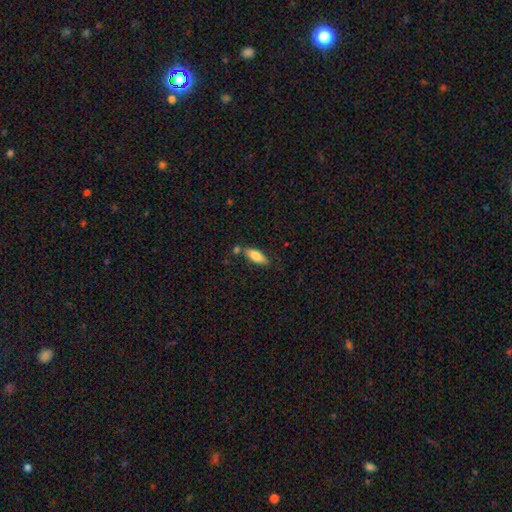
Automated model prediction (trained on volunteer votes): Q: Smooth or featured?
A: smooth (81%); runner-up: featured or disk (13%)
Q: How rounded?
A: in between (70%); runner-up: cigar-shaped (28%)
Q: Merging?
A: none (69%); runner-up: minor disturbance (16%)